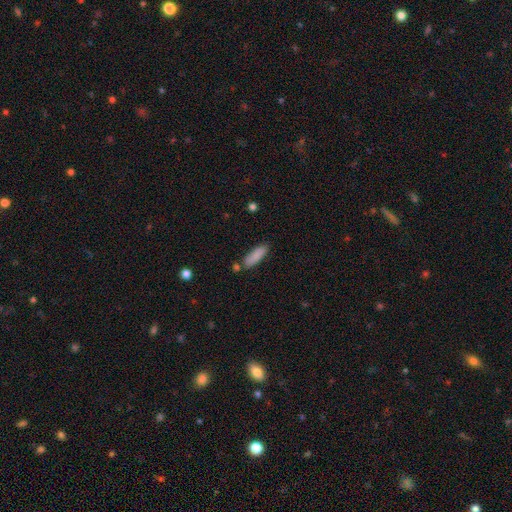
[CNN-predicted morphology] This is clearly a smooth galaxy (85%). How rounded: possibly cigar-shaped (51%). Merging: likely none (77%).